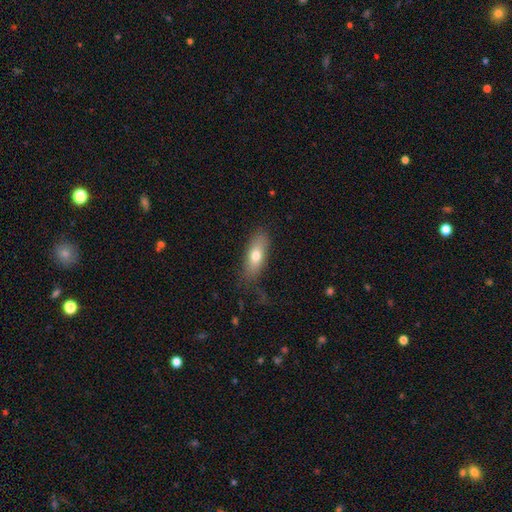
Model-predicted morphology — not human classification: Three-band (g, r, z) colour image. It shows a smooth galaxy with no disk features (72%) that is in between round and cigar-shaped (71%). Merging: none (74%).